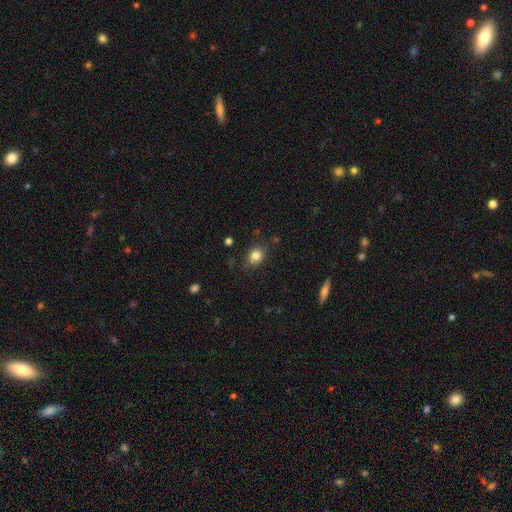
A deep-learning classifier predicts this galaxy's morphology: Smooth or featured: smooth — 83% (star or artifact — 10%)
How rounded: round — 51% (in between — 48%)
Merging: none — 80% (minor disturbance — 15%)